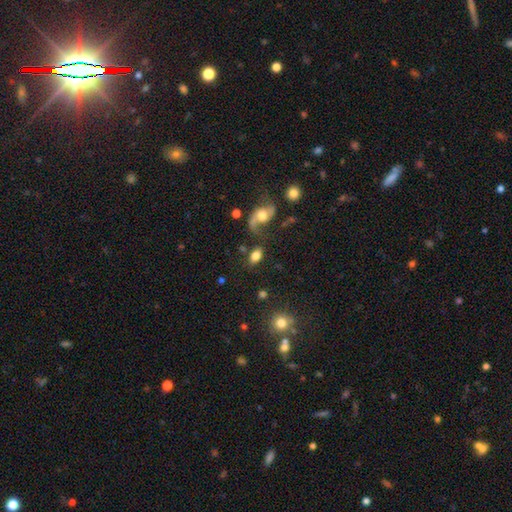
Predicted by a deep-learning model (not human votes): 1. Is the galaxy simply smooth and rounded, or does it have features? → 74% smooth, 16% featured or disk, 9% star or artifact.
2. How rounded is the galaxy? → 84% in between, 13% round, 2% cigar-shaped.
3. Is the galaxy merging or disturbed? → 68% none, 15% minor disturbance, 10% merger, 8% major disturbance.